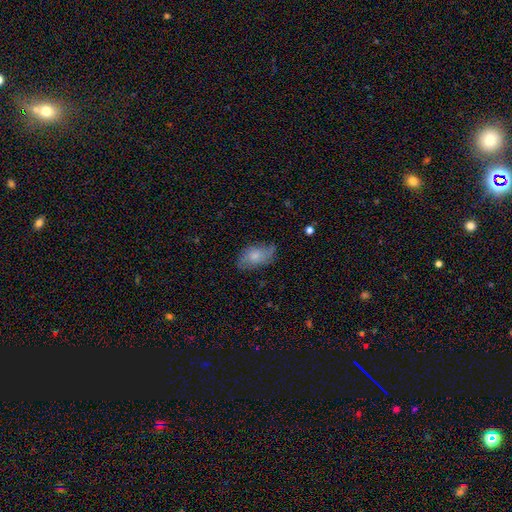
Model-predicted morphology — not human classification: smooth_or_featured: smooth (p=0.71) [alt: featured or disk p=0.21]
how_rounded: in between (p=0.92) [alt: round p=0.06]
merging: none (p=0.62) [alt: minor disturbance p=0.28]